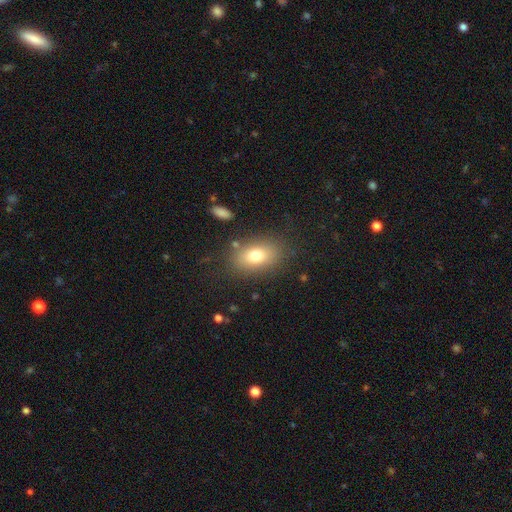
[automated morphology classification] A smooth galaxy with no disk features (76%) that is in between round and cigar-shaped (83%). Merging: none (81%).